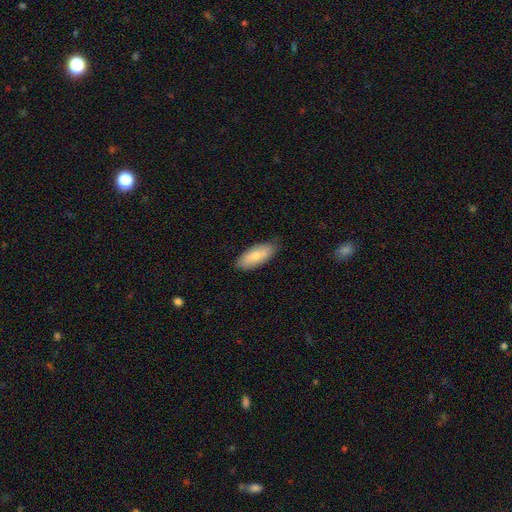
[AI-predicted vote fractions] Q: Smooth or featured?
A: smooth (75%); runner-up: featured or disk (19%)
Q: How rounded?
A: in between (81%); runner-up: cigar-shaped (16%)
Q: Merging?
A: none (81%); runner-up: minor disturbance (15%)